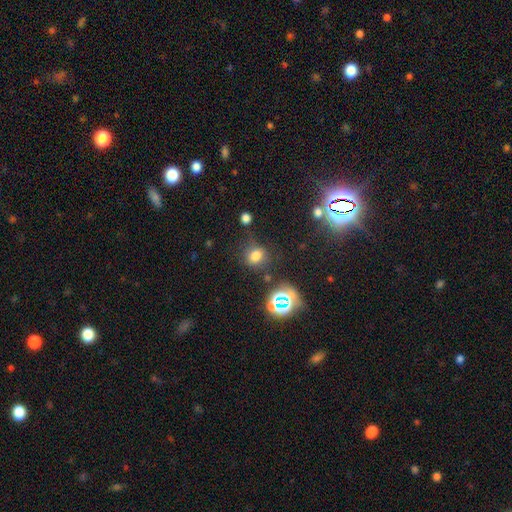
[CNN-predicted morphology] smooth 69%, star or artifact 22%, featured or disk 9%. Down the decision tree: how rounded — round (69%); merging — none (71%).